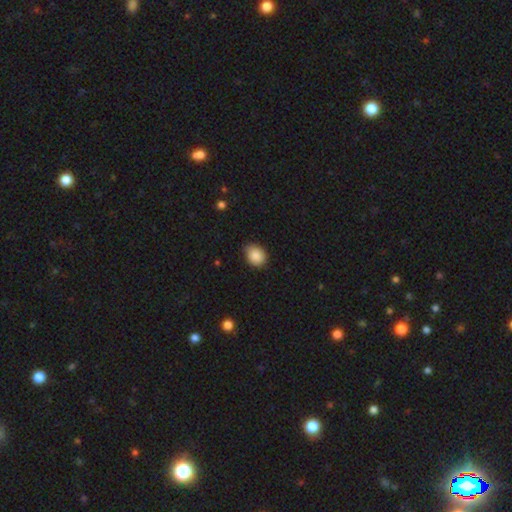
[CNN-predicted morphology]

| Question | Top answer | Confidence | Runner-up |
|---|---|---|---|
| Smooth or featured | smooth | 88% | star or artifact (8%) |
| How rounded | round | 57% | in between (43%) |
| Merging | none | 73% | minor disturbance (22%) |